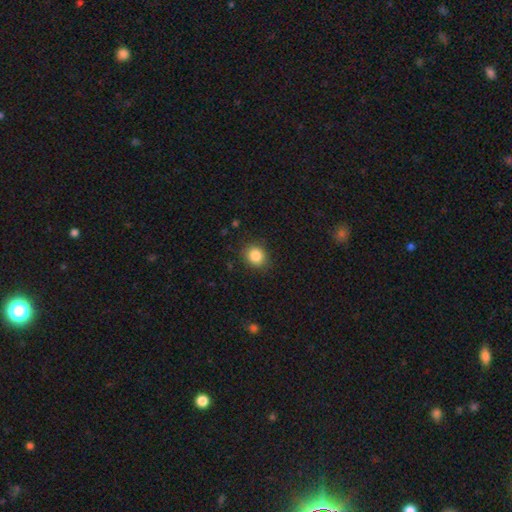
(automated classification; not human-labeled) smooth_or_featured: smooth (p=0.86) [alt: star or artifact p=0.10]
how_rounded: round (p=0.73) [alt: in between p=0.26]
merging: none (p=0.87) [alt: minor disturbance p=0.09]